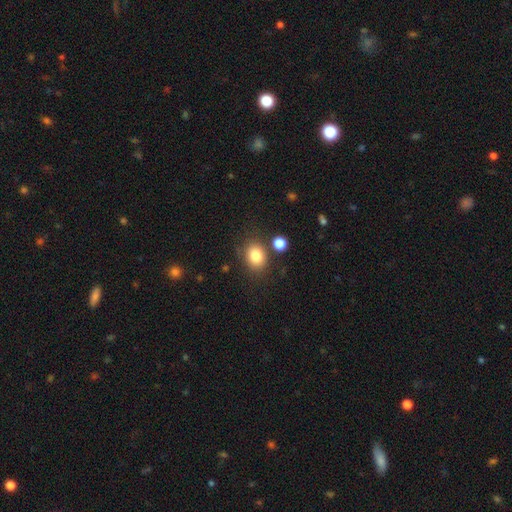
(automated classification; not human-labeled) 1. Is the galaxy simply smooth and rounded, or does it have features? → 83% smooth, 10% star or artifact, 7% featured or disk.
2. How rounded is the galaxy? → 52% in between, 47% round, 1% cigar-shaped.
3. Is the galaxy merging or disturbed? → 75% none, 13% minor disturbance, 8% merger, 4% major disturbance.